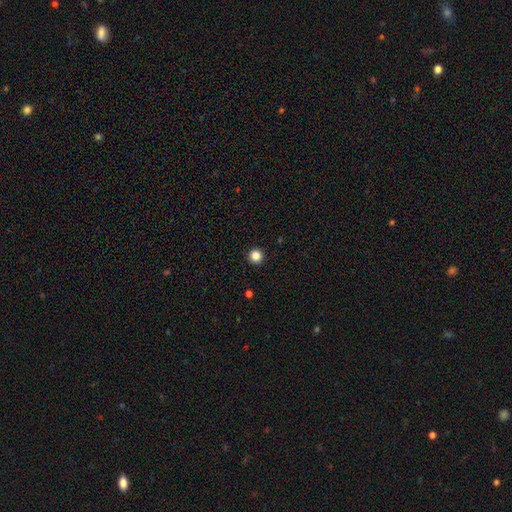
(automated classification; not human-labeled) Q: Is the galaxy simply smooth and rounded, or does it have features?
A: smooth — 85%.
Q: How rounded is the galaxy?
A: round — 96%.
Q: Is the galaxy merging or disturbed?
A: none — 94%.